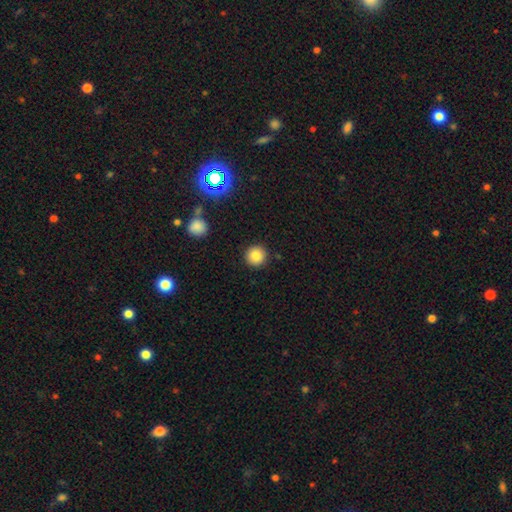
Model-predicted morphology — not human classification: This is clearly a smooth galaxy (84%). How rounded: clearly round (95%). Merging: clearly none (91%).